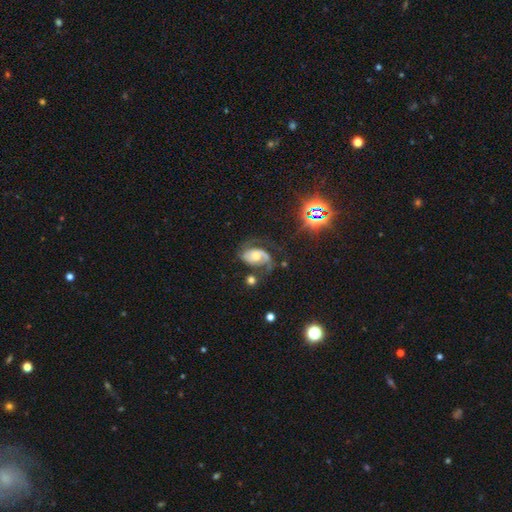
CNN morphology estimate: featured or disk 74%, smooth 16%, star or artifact 10%. Down the decision tree: edge-on disk — no (97%); bar — no (65%); spiral arms — yes (91%); spiral arm count — 2 (59%); spiral winding — medium (44%); bulge size — moderate (55%); merging — none (43%).